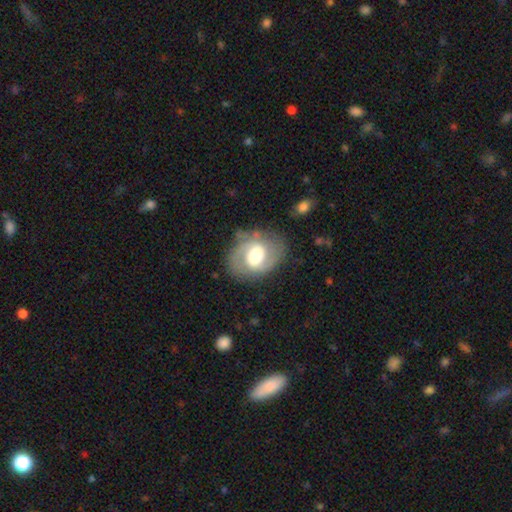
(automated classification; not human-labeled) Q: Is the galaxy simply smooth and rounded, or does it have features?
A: featured or disk — 65%.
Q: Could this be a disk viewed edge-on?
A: no — 97%.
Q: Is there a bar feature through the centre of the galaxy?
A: weak — 44%.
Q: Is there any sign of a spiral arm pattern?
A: yes — 77%.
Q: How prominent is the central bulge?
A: moderate — 55%.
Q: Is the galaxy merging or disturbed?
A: none — 72%.